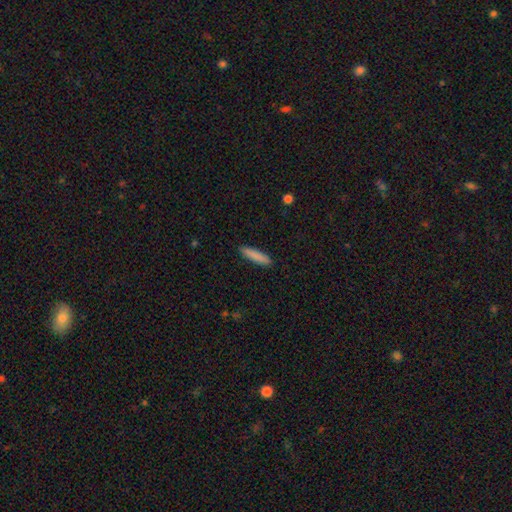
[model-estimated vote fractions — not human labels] smooth_or_featured: smooth (p=0.87) [alt: featured or disk p=0.07]
how_rounded: cigar-shaped (p=0.84) [alt: in between p=0.15]
merging: none (p=0.91) [alt: minor disturbance p=0.07]